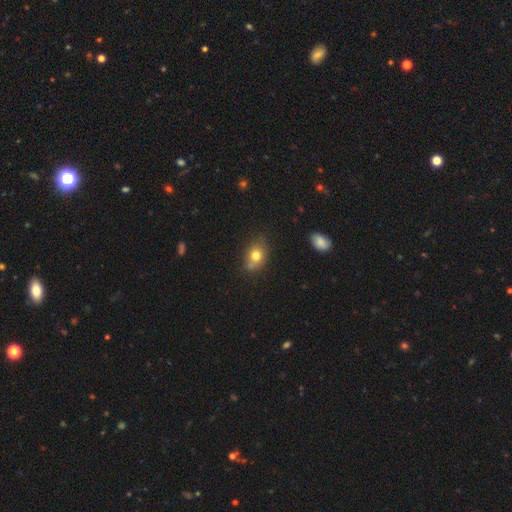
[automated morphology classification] This is likely a smooth galaxy (76%). How rounded: likely in between (66%). Merging: likely none (67%).